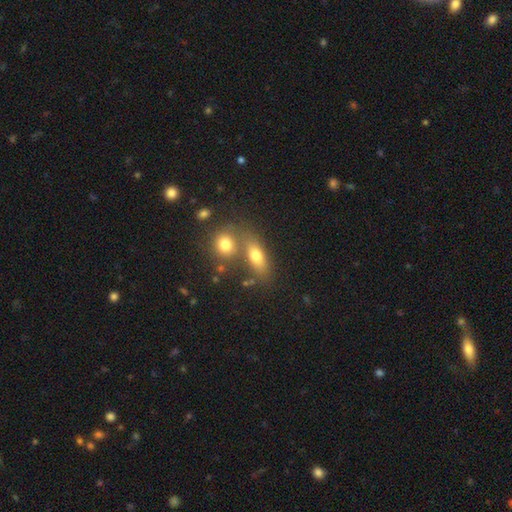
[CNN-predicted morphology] The model was most divided on "merging": none: 46%, merger: 39%, minor disturbance: 10%, major disturbance: 5%. More confident: smooth or featured — smooth (73%); how rounded — in between (70%).